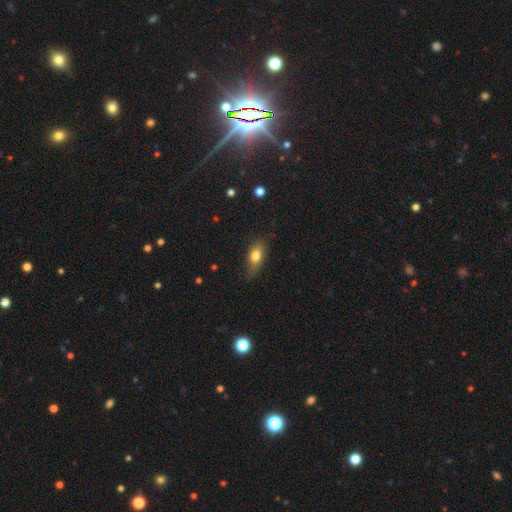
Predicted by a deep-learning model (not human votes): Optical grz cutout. It shows a smooth galaxy with no disk features (74%) that is in between round and cigar-shaped (76%). Merging: none (70%).